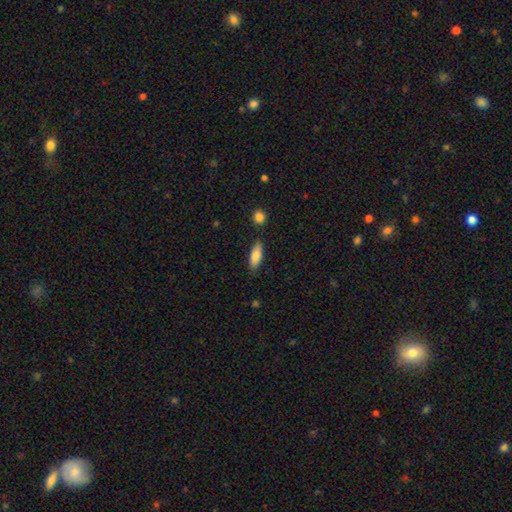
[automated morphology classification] The model was most divided on "how rounded": in between: 70%, cigar-shaped: 28%, round: 2%. More confident: smooth or featured — smooth (85%); merging — none (83%).